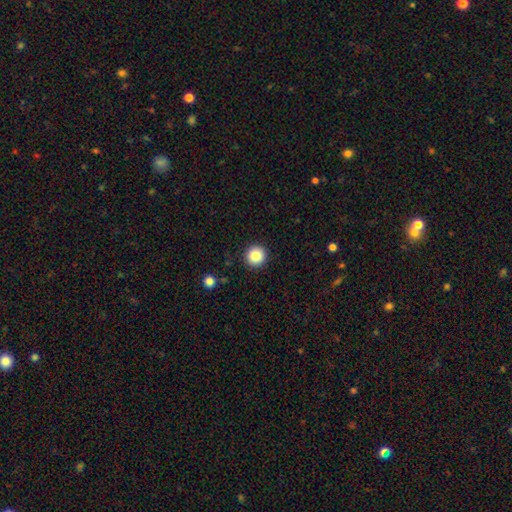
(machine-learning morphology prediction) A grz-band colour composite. It shows a smooth galaxy with no disk features (84%) that is round (95%). Merging: none (92%).